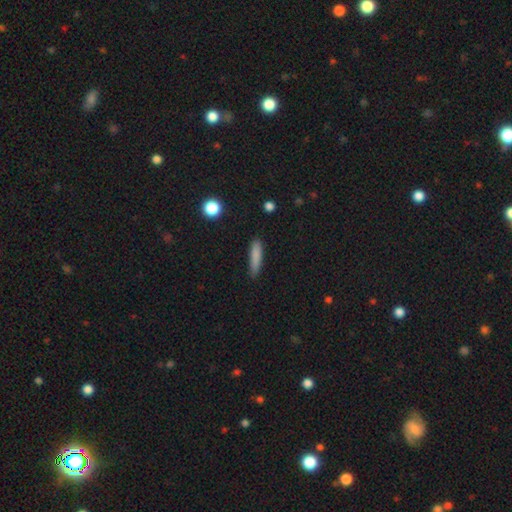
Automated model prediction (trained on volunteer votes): Overall: smooth (82%). How rounded: cigar-shaped (83%). Merging: none (77%).